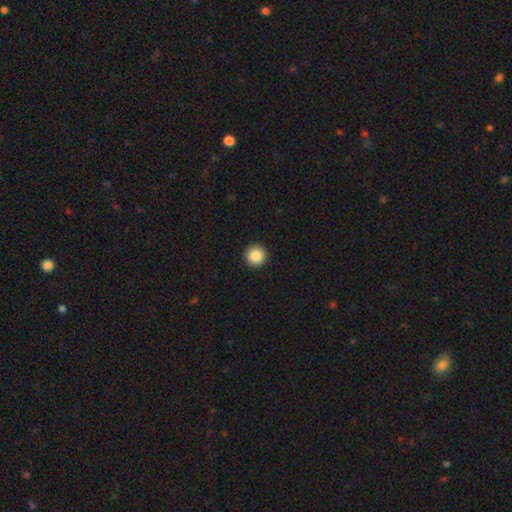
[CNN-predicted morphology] Smooth or featured? Predicted: smooth (p=0.88). How rounded? Predicted: round (p=0.96). Merging? Predicted: none (p=0.94).